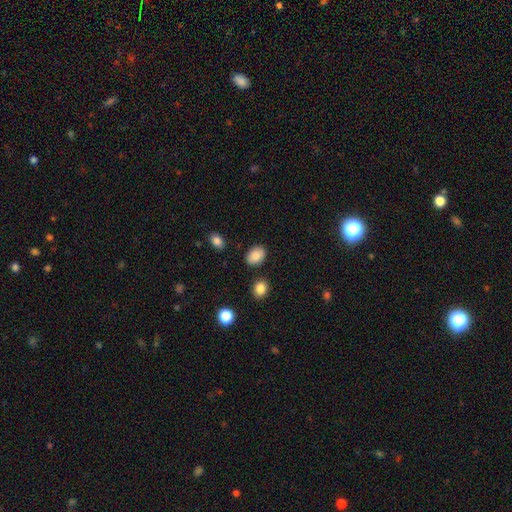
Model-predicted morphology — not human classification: This is clearly a smooth galaxy (86%). How rounded: likely in between (72%). Merging: clearly none (85%).